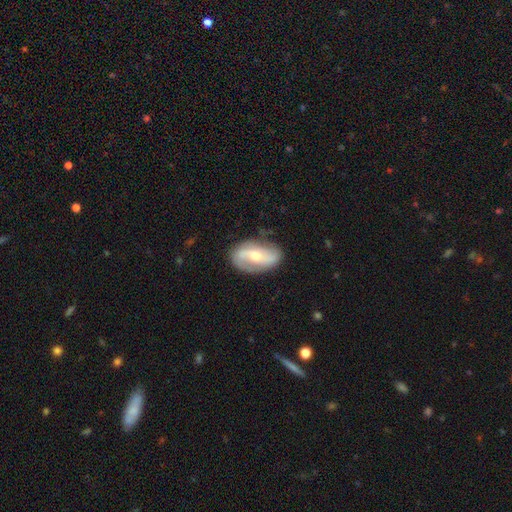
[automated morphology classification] Smooth or featured? Predicted: featured or disk (p=0.72). Edge-on disk? Predicted: no (p=0.94). Bar? Predicted: no (p=0.35). Spiral arms? Predicted: yes (p=0.83). Spiral winding? Predicted: loose (p=0.45). Spiral arm count? Predicted: 2 (p=0.86). Bulge size? Predicted: moderate (p=0.55). Merging? Predicted: none (p=0.79).